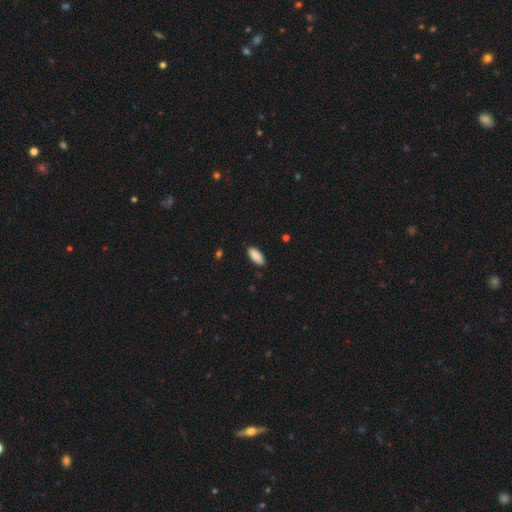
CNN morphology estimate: Smooth or featured? Predicted: smooth (p=0.90). How rounded? Predicted: in between (p=0.86). Merging? Predicted: none (p=0.87).